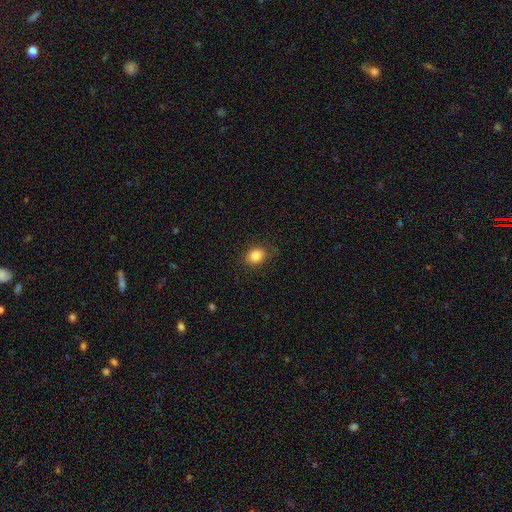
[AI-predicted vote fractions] Smooth or featured?
  - smooth: 84% *
  - star or artifact: 10%
  - featured or disk: 6%
How rounded?
  - in between: 51% *
  - round: 48%
  - cigar-shaped: 1%
Merging?
  - none: 83% *
  - minor disturbance: 13%
  - major disturbance: 3%
  - merger: 1%